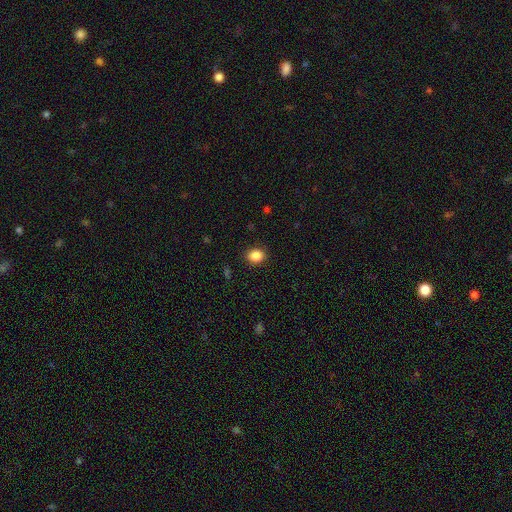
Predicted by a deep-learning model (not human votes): smooth-or-featured: smooth: 87% | star or artifact: 9% | featured or disk: 4%
  how-rounded: round: 50% | in between: 49% | cigar-shaped: 1%
  merging: none: 89% | minor disturbance: 8% | major disturbance: 2% | merger: 1%